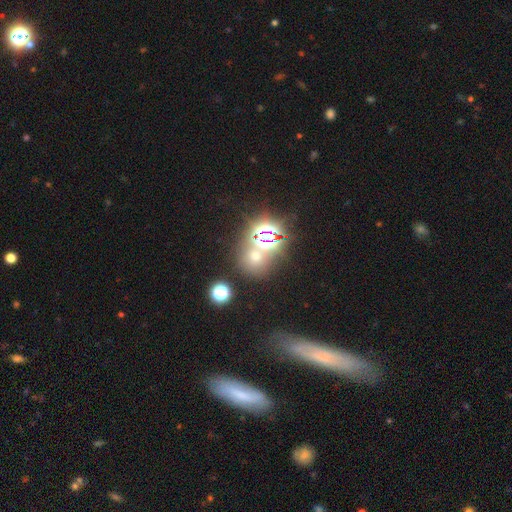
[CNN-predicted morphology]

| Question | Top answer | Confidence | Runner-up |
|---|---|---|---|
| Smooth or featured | star or artifact | 54% | smooth (36%) |